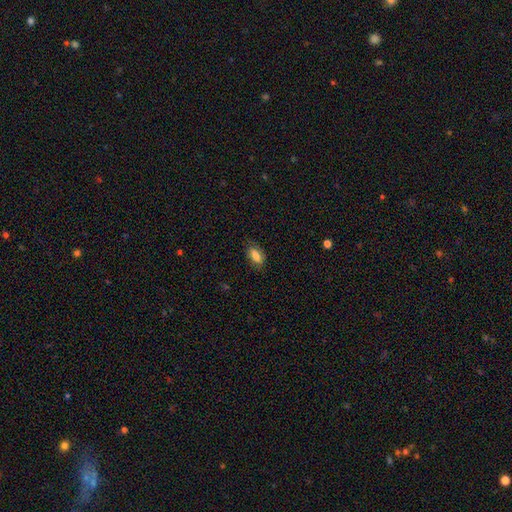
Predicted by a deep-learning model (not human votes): smooth-or-featured: smooth: 78% | featured or disk: 14% | star or artifact: 8%
  how-rounded: in between: 87% | cigar-shaped: 7% | round: 5%
  merging: none: 77% | minor disturbance: 18% | major disturbance: 4% | merger: 1%